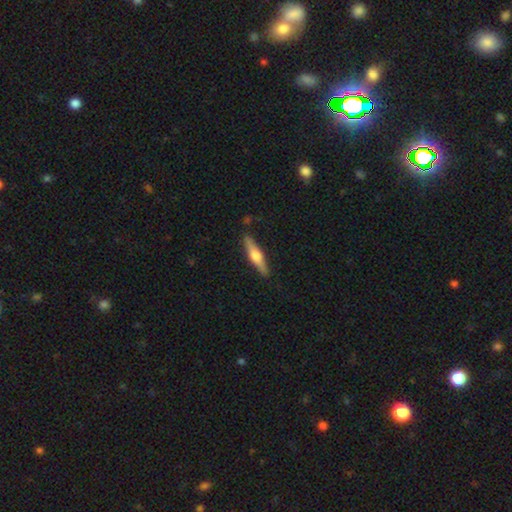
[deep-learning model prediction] Q: Smooth or featured?
A: featured or disk (51%); runner-up: smooth (43%)
Q: Edge-on disk?
A: yes (94%); runner-up: no (6%)
Q: Merging?
A: none (87%); runner-up: minor disturbance (9%)